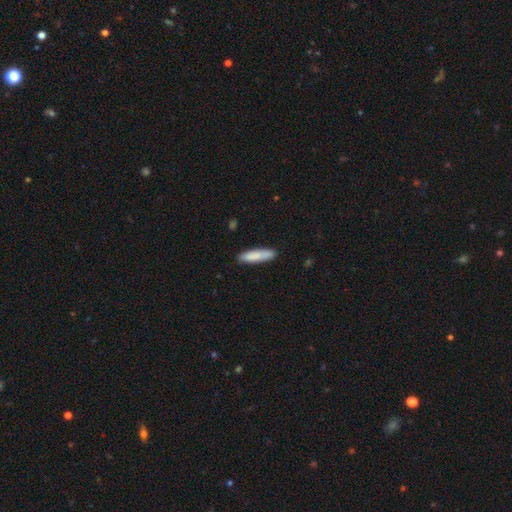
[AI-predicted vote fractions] smooth-or-featured: smooth: 85% | featured or disk: 9% | star or artifact: 6%
  how-rounded: cigar-shaped: 77% | in between: 21% | round: 1%
  merging: none: 86% | minor disturbance: 11% | major disturbance: 2% | merger: 1%